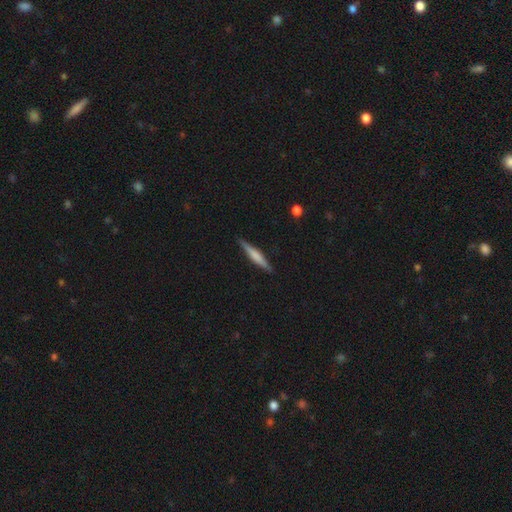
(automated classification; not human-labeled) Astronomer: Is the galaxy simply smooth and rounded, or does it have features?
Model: smooth — 47%, tied with featured or disk at 47%.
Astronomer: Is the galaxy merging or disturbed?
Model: none — 89%.